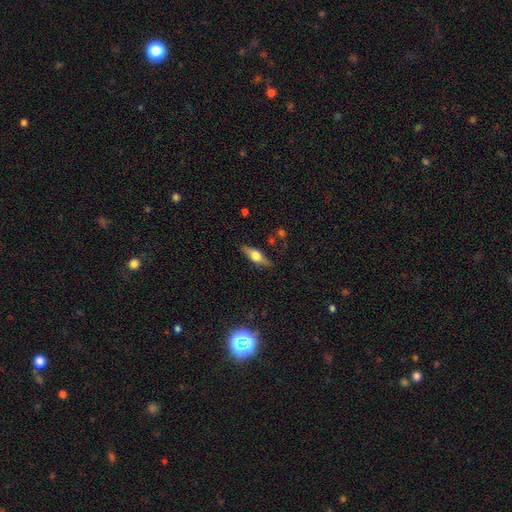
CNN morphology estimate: smooth_or_featured: featured or disk (p=0.47) [alt: smooth p=0.46]
merging: none (p=0.82) [alt: minor disturbance p=0.13]